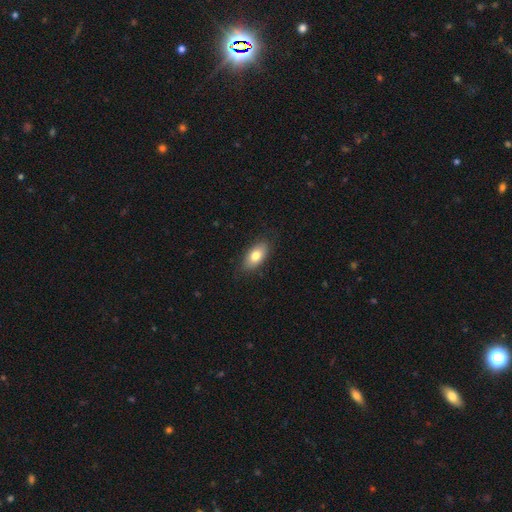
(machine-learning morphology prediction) Q: Smooth or featured?
A: smooth (79%); runner-up: featured or disk (14%)
Q: How rounded?
A: in between (91%); runner-up: cigar-shaped (5%)
Q: Merging?
A: none (84%); runner-up: minor disturbance (12%)